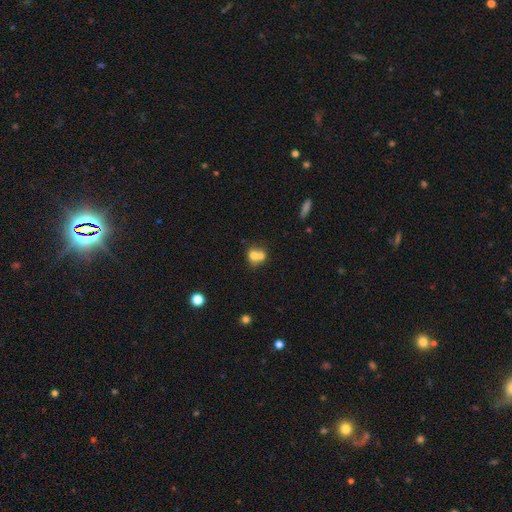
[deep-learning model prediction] Smooth or featured? smooth (68%)
How rounded? round (66%)
Merging? merger (64%)